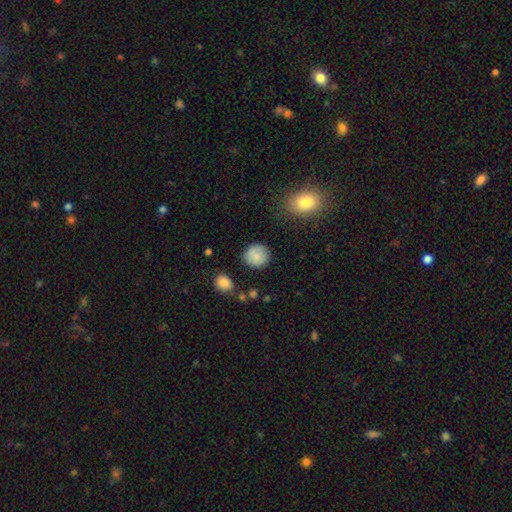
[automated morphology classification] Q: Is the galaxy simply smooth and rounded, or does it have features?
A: smooth — 83%.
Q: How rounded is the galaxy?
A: round — 90%.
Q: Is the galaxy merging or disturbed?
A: none — 82%.